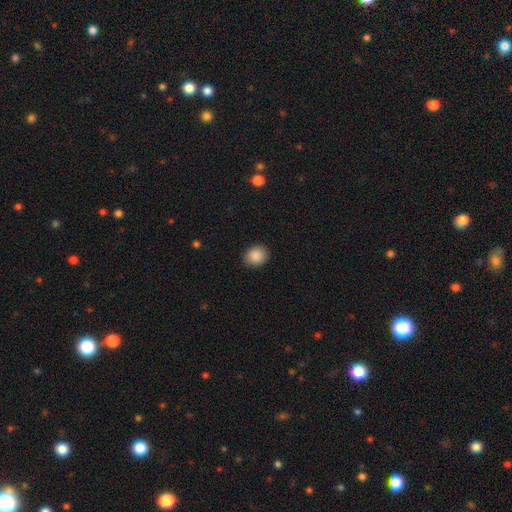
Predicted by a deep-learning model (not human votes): Smooth or featured?
  - smooth: 89% *
  - star or artifact: 8%
  - featured or disk: 3%
How rounded?
  - round: 66% *
  - in between: 33%
  - cigar-shaped: 1%
Merging?
  - none: 88% *
  - minor disturbance: 9%
  - major disturbance: 2%
  - merger: 1%